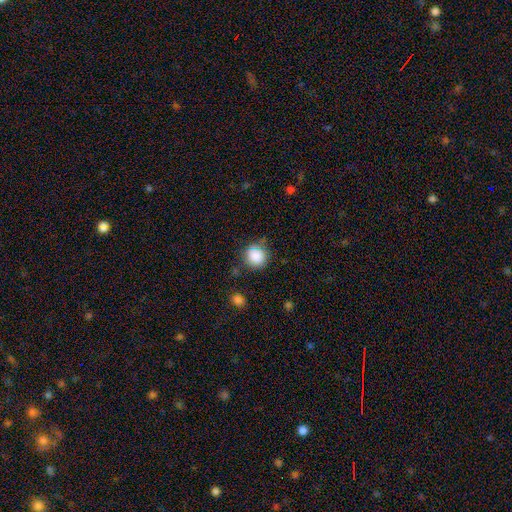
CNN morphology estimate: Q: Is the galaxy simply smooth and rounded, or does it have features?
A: smooth — 86%.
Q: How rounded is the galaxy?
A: round — 91%.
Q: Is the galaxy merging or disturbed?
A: none — 76%.